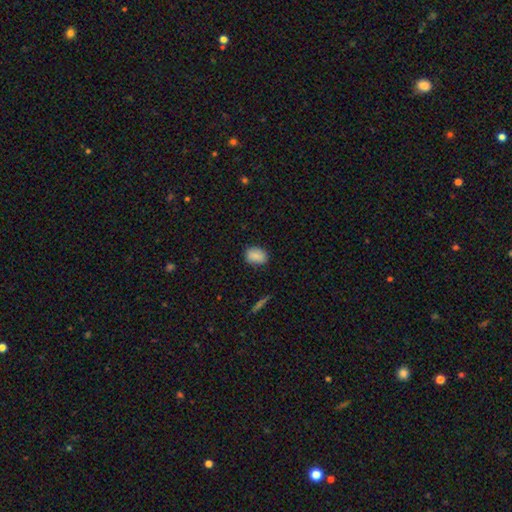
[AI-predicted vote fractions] Q: Smooth or featured?
A: smooth (85%); runner-up: star or artifact (8%)
Q: How rounded?
A: in between (76%); runner-up: round (22%)
Q: Merging?
A: none (81%); runner-up: minor disturbance (14%)